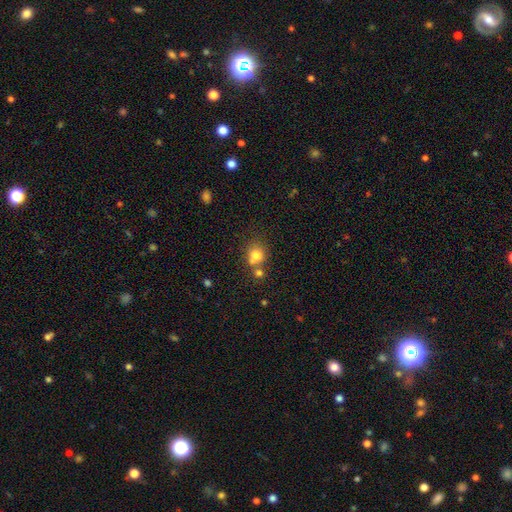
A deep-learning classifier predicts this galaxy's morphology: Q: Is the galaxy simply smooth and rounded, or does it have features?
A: smooth — 78%.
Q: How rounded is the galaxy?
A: round — 73%.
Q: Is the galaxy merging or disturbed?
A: none — 50%.